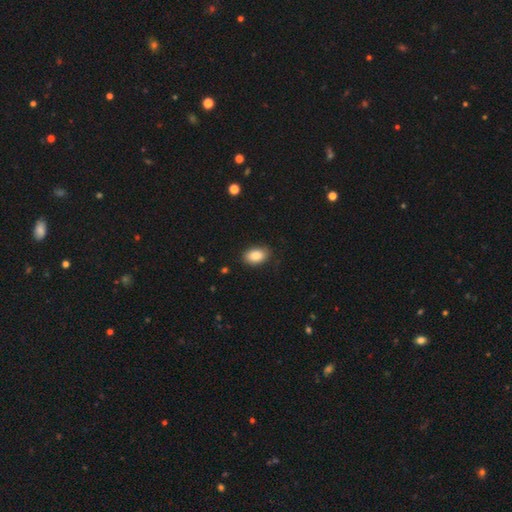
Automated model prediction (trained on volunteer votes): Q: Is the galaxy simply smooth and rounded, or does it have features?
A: smooth — 87%.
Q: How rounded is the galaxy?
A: in between — 88%.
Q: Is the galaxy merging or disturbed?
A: none — 83%.